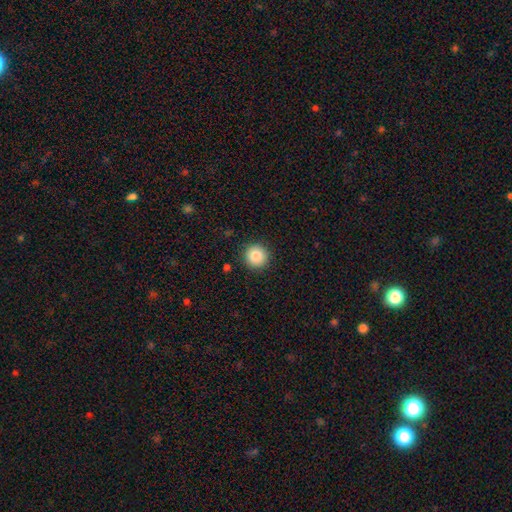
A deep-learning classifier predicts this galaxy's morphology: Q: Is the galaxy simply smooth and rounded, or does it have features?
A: smooth — 85%.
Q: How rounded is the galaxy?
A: round — 96%.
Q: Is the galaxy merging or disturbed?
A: none — 92%.